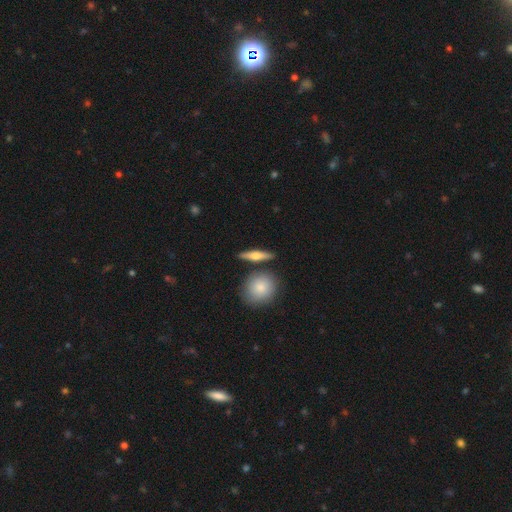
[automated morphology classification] This is possibly a smooth galaxy (47%). Merging: clearly none (82%).